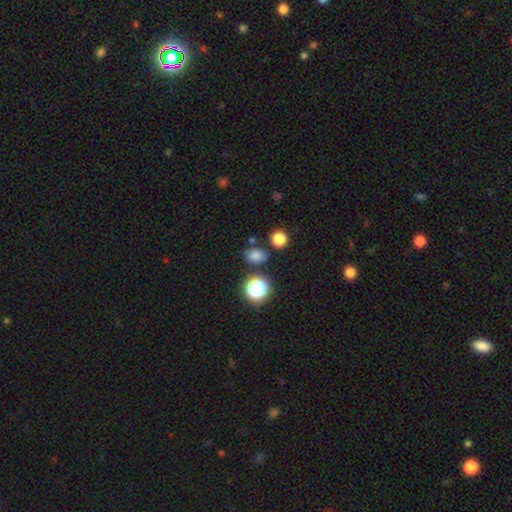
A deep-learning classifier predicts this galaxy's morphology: This appears to be a smooth galaxy with no disk features (75%) that is in between round and cigar-shaped (62%). Merging: none (78%).